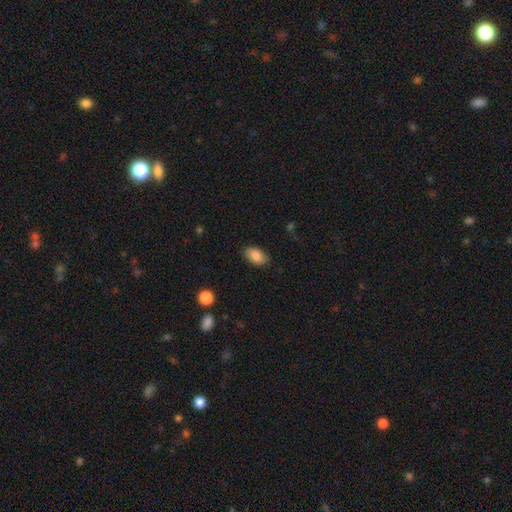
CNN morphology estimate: smooth 85%, featured or disk 8%, star or artifact 7%. Down the decision tree: how rounded — in between (91%); merging — none (84%).